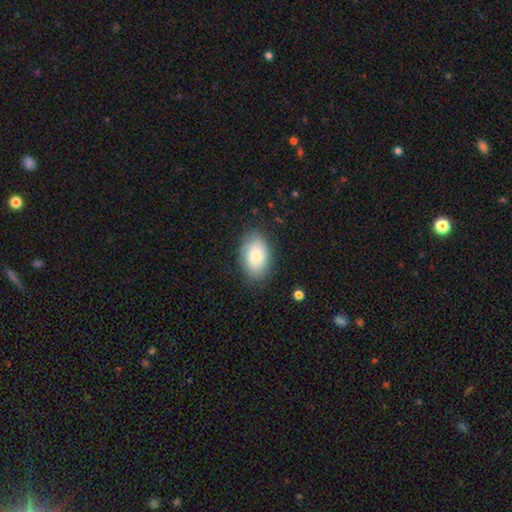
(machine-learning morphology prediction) Smooth or featured?
  - smooth: 80% *
  - featured or disk: 13%
  - star or artifact: 7%
How rounded?
  - in between: 90% *
  - round: 9%
  - cigar-shaped: 1%
Merging?
  - none: 80% *
  - minor disturbance: 15%
  - major disturbance: 4%
  - merger: 1%